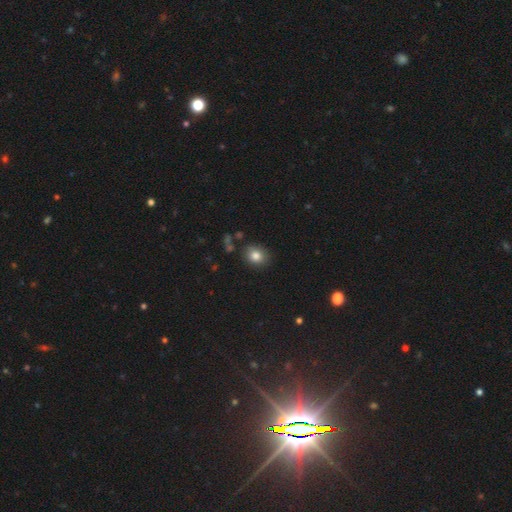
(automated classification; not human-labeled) This is clearly a smooth galaxy (82%). How rounded: likely round (64%). Merging: clearly none (82%).